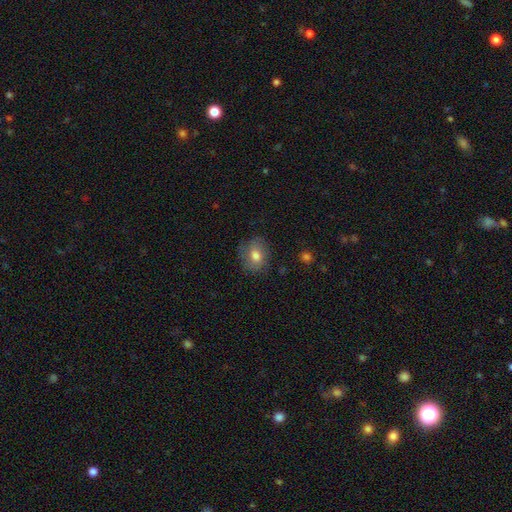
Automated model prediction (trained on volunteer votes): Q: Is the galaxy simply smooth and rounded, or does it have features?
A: smooth — 75%.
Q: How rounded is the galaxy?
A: round — 54%.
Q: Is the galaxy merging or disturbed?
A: none — 76%.